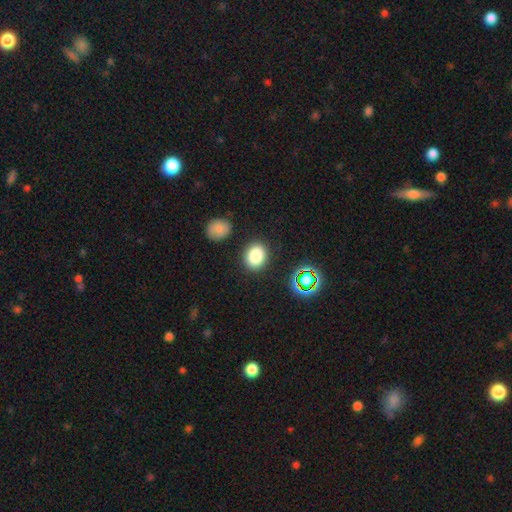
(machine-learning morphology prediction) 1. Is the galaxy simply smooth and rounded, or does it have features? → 83% smooth, 12% star or artifact, 5% featured or disk.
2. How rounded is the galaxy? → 51% in between, 48% round, 1% cigar-shaped.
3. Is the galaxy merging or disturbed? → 86% none, 8% minor disturbance, 3% merger, 3% major disturbance.